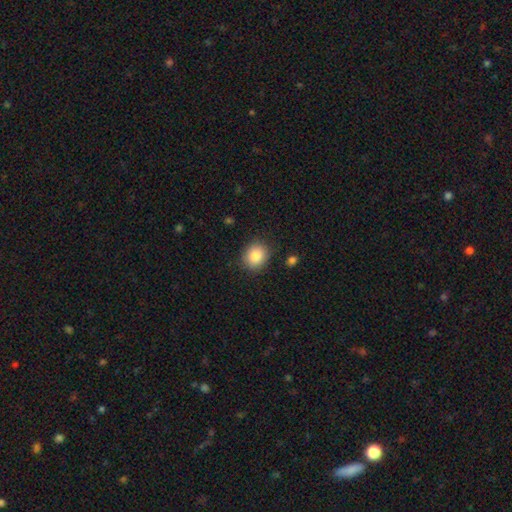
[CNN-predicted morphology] smooth-or-featured: smooth: 85% | star or artifact: 9% | featured or disk: 6%
  how-rounded: round: 71% | in between: 28% | cigar-shaped: 1%
  merging: none: 87% | minor disturbance: 9% | major disturbance: 2% | merger: 2%